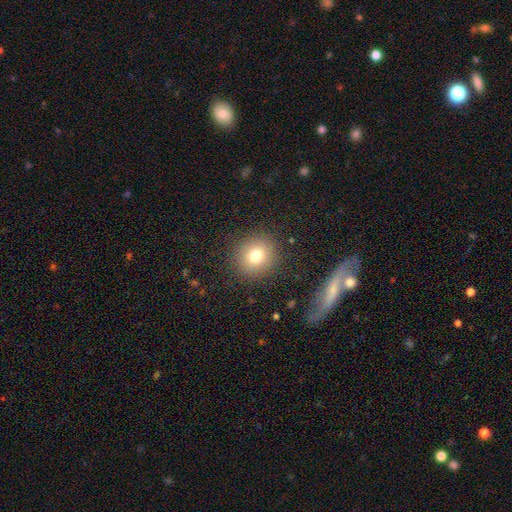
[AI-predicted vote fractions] Smooth or featured?
  - smooth: 75% *
  - star or artifact: 14%
  - featured or disk: 11%
How rounded?
  - round: 89% *
  - in between: 10%
  - cigar-shaped: 1%
Merging?
  - none: 88% *
  - minor disturbance: 7%
  - major disturbance: 3%
  - merger: 1%